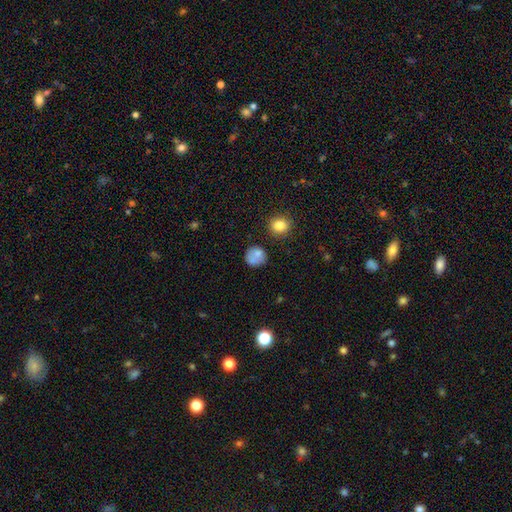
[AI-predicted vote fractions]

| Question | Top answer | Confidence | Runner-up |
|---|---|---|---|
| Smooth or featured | smooth | 75% | featured or disk (14%) |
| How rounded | round | 86% | in between (13%) |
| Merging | none | 59% | merger (17%) |